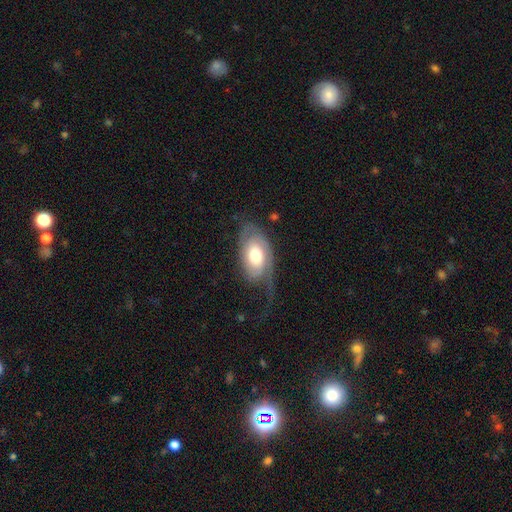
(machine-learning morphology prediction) A featured or disk galaxy (67%) with no bar (72%), 2 (46%) tight (40%) spiral arms (87%) and a moderate central bulge (54%).

Vote fractions:
- Smooth or featured? featured or disk: 67% / smooth: 28% / star or artifact: 6%
- Edge-on disk? no: 94% / yes: 6%
- Bar? no: 72% / weak: 22% / strong: 5%
- Spiral arms? yes: 87% / no: 13%
- Spiral winding? tight: 40% / medium: 34% / loose: 27%
- Spiral arm count? 2: 46% / 1: 33% / can't tell: 15% / 3: 3% / 4: 2% / more than 4: 2%
- Bulge size? moderate: 54% / large: 32% / small: 8% / dominant: 5% / none: 2%
- Merging? none: 42% / major disturbance: 32% / minor disturbance: 25% / merger: 2%